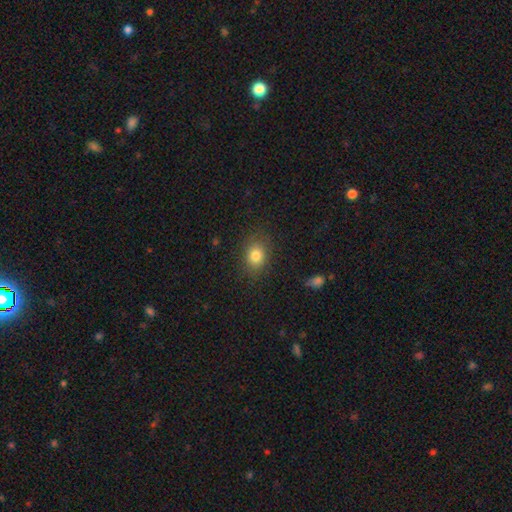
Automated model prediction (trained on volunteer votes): The model was most divided on "how rounded": in between: 54%, round: 44%, cigar-shaped: 1%. More confident: merging — none (82%); smooth or featured — smooth (81%).